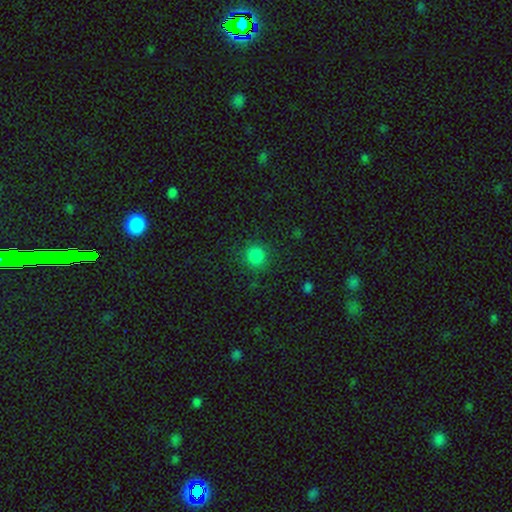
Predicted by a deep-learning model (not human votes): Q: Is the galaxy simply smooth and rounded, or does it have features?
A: smooth — 84%.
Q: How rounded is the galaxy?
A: round — 91%.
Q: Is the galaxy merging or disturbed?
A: none — 88%.